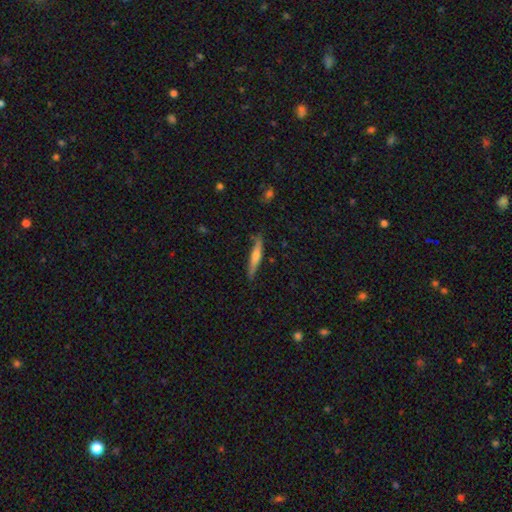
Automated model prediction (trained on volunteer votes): Morphology: type=featured or disk (49%); merging=none (86%).